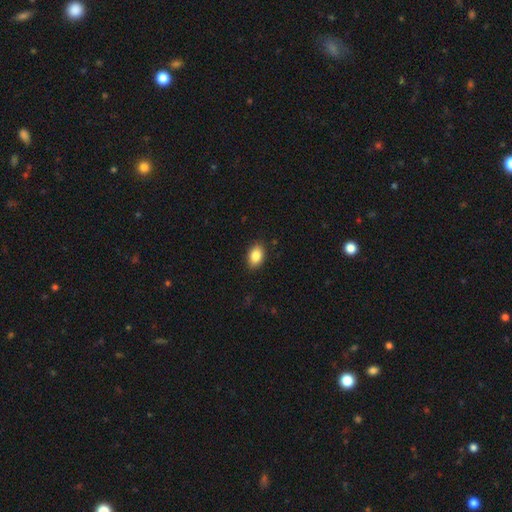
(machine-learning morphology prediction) smooth 87%, star or artifact 8%, featured or disk 6%. Down the decision tree: how rounded — in between (85%); merging — none (88%).